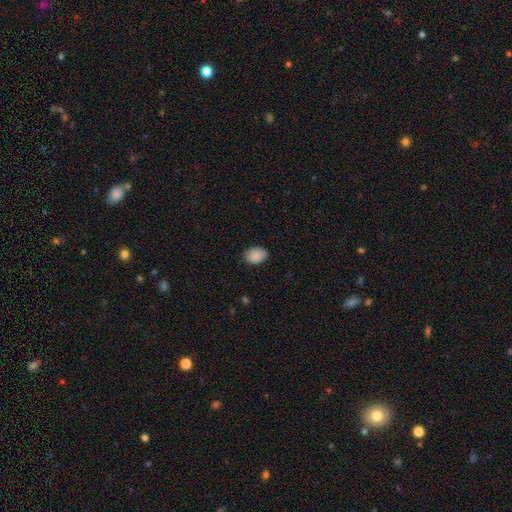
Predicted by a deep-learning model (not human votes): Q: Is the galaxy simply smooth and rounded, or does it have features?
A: smooth — 89%.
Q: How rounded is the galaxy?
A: in between — 83%.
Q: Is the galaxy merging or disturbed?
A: none — 85%.